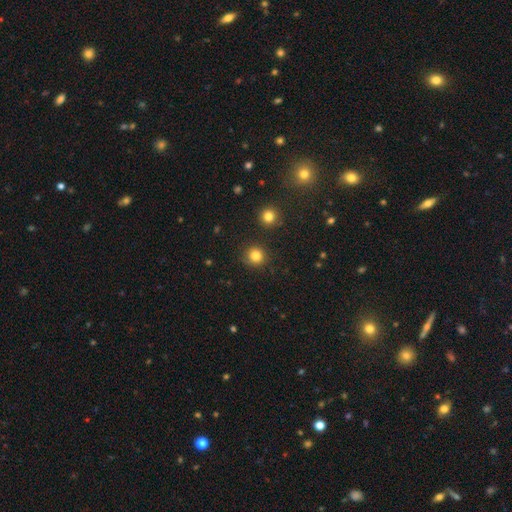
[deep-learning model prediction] Smooth or featured: smooth — 82% (star or artifact — 13%)
How rounded: round — 91% (in between — 8%)
Merging: none — 87% (minor disturbance — 8%)